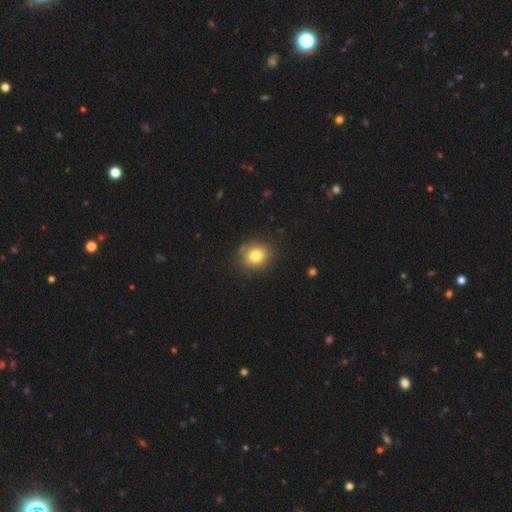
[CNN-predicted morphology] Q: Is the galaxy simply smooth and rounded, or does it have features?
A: smooth — 80%.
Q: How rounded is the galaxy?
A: round — 75%.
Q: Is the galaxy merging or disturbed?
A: none — 85%.